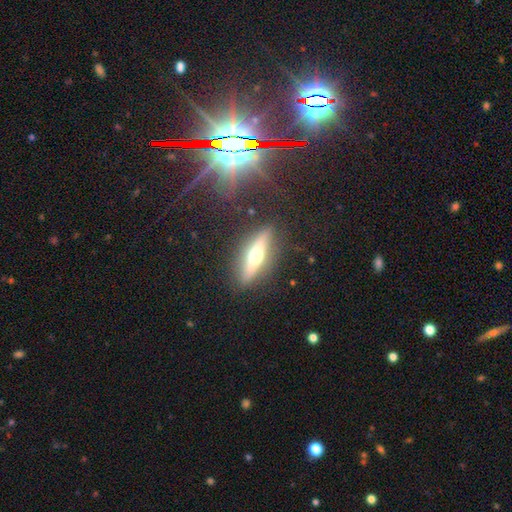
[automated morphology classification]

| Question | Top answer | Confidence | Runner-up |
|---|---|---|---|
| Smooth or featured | featured or disk | 56% | smooth (36%) |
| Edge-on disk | yes | 87% | no (13%) |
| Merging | none | 85% | minor disturbance (9%) |